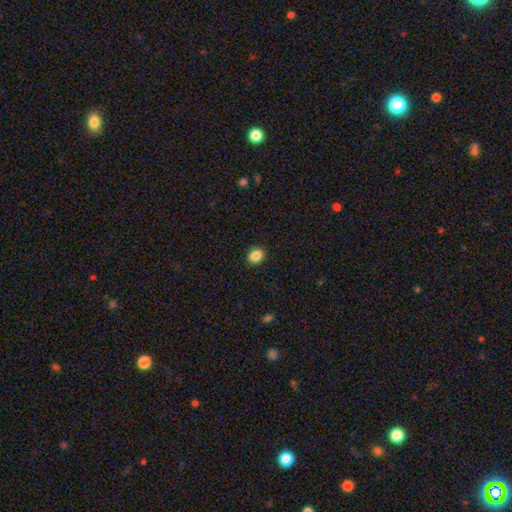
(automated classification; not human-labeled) smooth 87%, star or artifact 10%, featured or disk 4%. Down the decision tree: how rounded — round (63%); merging — none (91%).